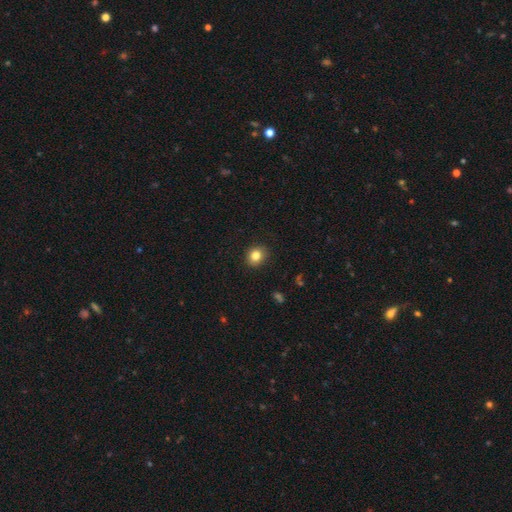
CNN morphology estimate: This appears to be a smooth galaxy with no disk features (83%) that is round (78%). Merging: none (90%).